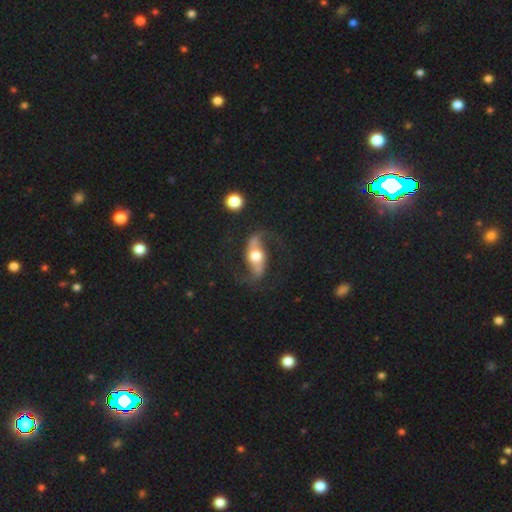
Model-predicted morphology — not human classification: smooth-or-featured: featured or disk: 81% | smooth: 14% | star or artifact: 6%
  disk-edge-on: no: 89% | yes: 11%
    bar: no: 38% | strong: 35% | weak: 27%
    has-spiral-arms: yes: 92% | no: 8%
      spiral-winding: loose: 75% | medium: 20% | tight: 5%
      spiral-arm-count: 2: 93% | 1: 2% | can't tell: 2% | 3: 1% | 4: 1% | more than 4: 1%
    bulge-size: moderate: 61% | large: 27% | small: 7% | dominant: 3% | none: 1%
  merging: none: 70% | minor disturbance: 14% | major disturbance: 13% | merger: 3%